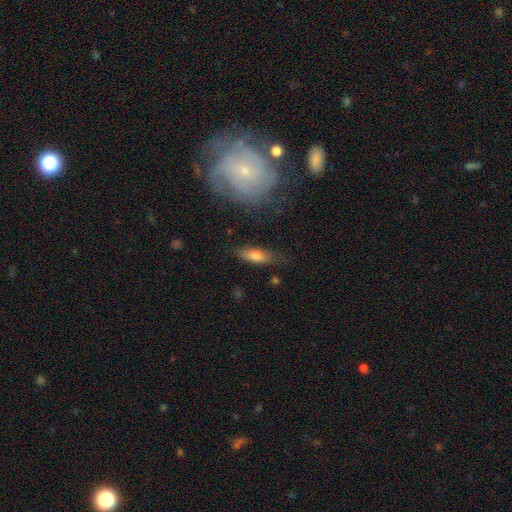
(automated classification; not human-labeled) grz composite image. It shows a smooth galaxy with no disk features (73%) that is in between round and cigar-shaped (63%). Merging: none (75%).